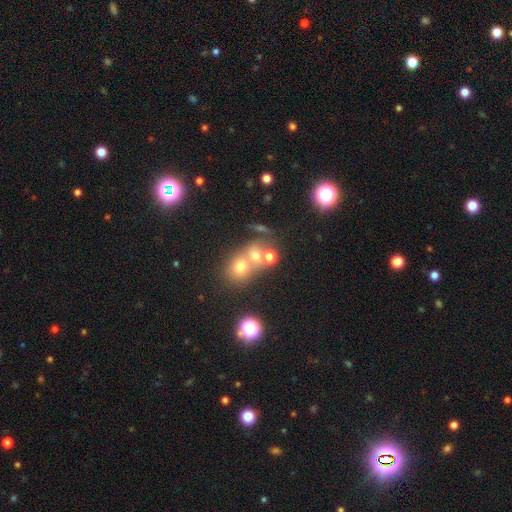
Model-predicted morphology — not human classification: Smooth or featured?
  - smooth: 61% *
  - star or artifact: 20%
  - featured or disk: 19%
How rounded?
  - round: 72% *
  - in between: 26%
  - cigar-shaped: 2%
Merging?
  - merger: 52% *
  - none: 36%
  - minor disturbance: 7%
  - major disturbance: 5%